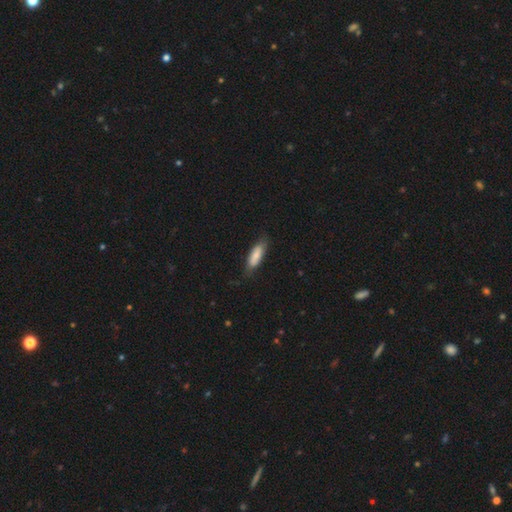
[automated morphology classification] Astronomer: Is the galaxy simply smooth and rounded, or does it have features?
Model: smooth — 77%.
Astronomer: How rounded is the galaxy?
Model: in between — 58% (runner-up: cigar-shaped, 41%).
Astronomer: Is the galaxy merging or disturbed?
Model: none — 73%.